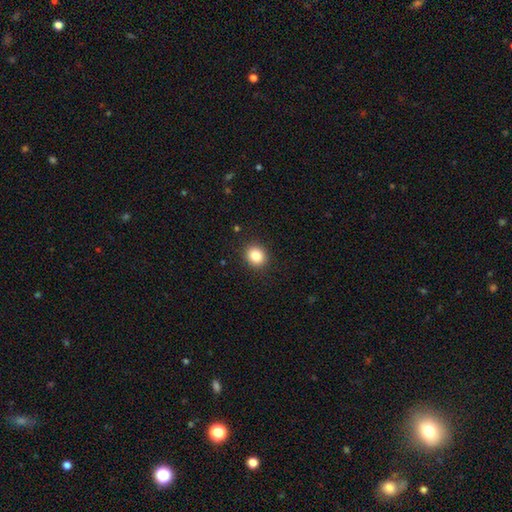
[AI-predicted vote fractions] Morphology: type=smooth (85%); roundness=round (77%); merging=none (91%).